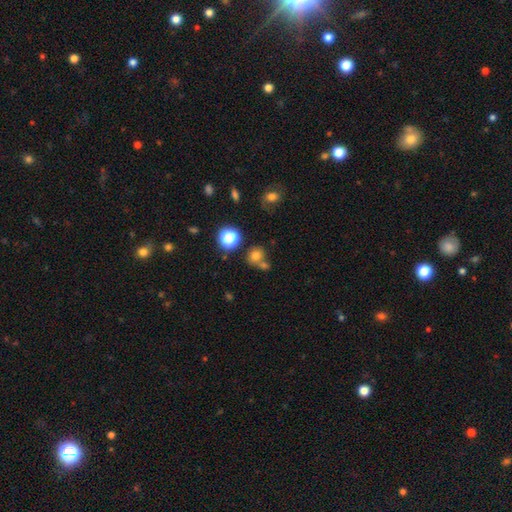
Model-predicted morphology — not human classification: smooth_or_featured: smooth (p=0.72) [alt: star or artifact p=0.19]
how_rounded: round (p=0.80) [alt: in between p=0.19]
merging: none (p=0.57) [alt: merger p=0.30]